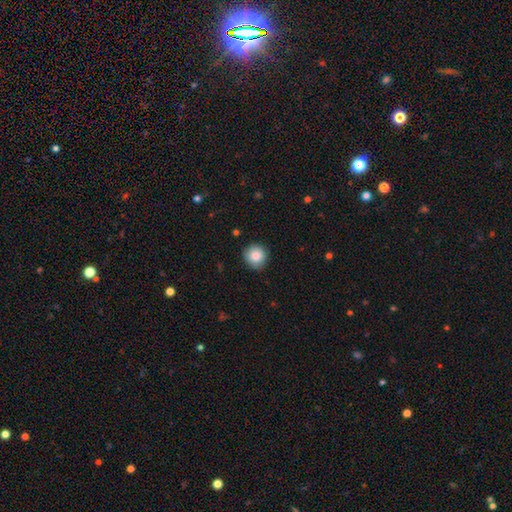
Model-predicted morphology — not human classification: Overall: smooth (86%). How rounded: round (92%). Merging: none (88%).